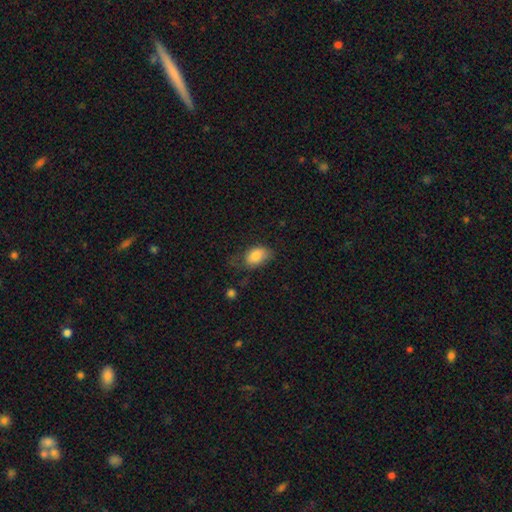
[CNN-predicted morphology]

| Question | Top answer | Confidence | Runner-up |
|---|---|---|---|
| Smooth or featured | smooth | 83% | featured or disk (10%) |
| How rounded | in between | 88% | round (11%) |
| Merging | none | 48% | minor disturbance (33%) |